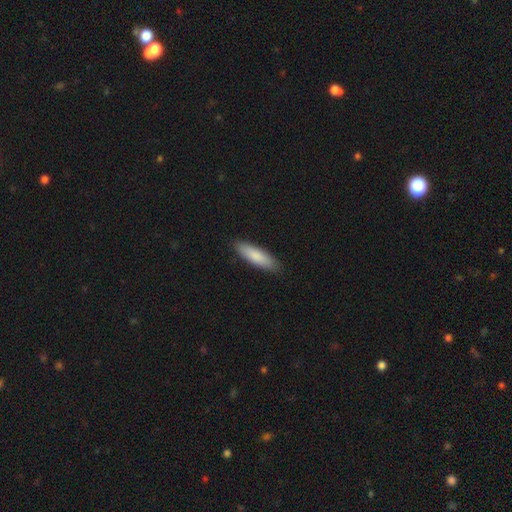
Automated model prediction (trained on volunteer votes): Smooth or featured?
  - smooth: 84% *
  - featured or disk: 11%
  - star or artifact: 5%
How rounded?
  - cigar-shaped: 63% *
  - in between: 35%
  - round: 1%
Merging?
  - none: 89% *
  - minor disturbance: 8%
  - major disturbance: 2%
  - merger: 1%